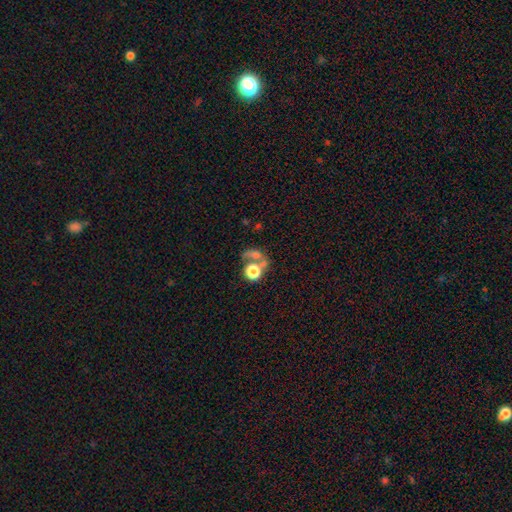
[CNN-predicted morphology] smooth_or_featured: smooth (p=0.54) [alt: star or artifact p=0.24]
how_rounded: round (p=0.70) [alt: in between p=0.28]
merging: merger (p=0.41) [alt: none p=0.35]